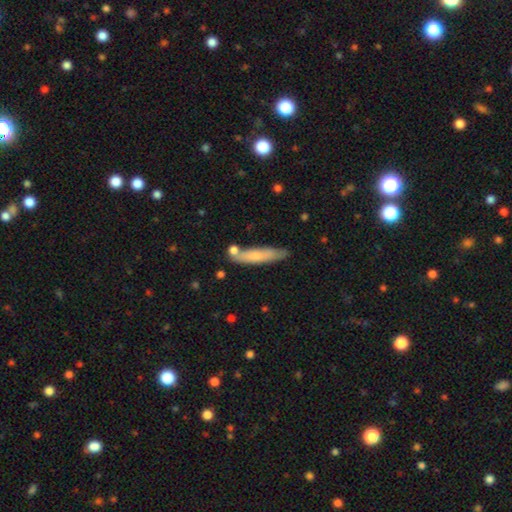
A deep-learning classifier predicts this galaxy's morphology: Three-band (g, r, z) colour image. It shows a smooth galaxy with no disk features (64%) that is cigar-shaped (86%). Merging: none (74%).